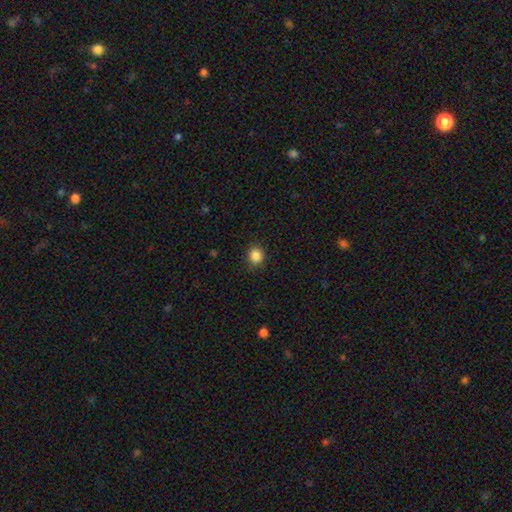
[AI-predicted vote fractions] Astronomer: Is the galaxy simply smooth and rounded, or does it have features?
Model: smooth — 86%.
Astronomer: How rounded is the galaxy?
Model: round — 80%.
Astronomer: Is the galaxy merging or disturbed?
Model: none — 90%.